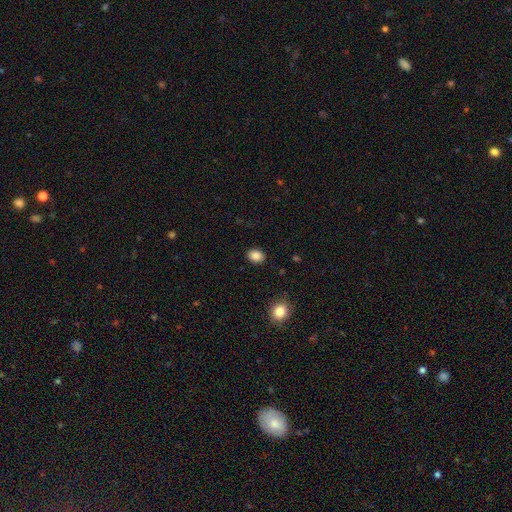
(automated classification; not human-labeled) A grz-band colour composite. It shows a smooth galaxy with no disk features (86%) that is in between round and cigar-shaped (62%). Merging: none (89%).